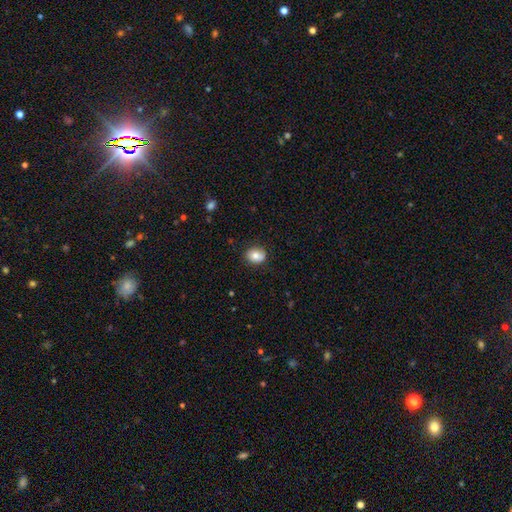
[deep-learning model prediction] Overall: smooth (80%). How rounded: round (54%; in between 45%). Merging: none (82%).